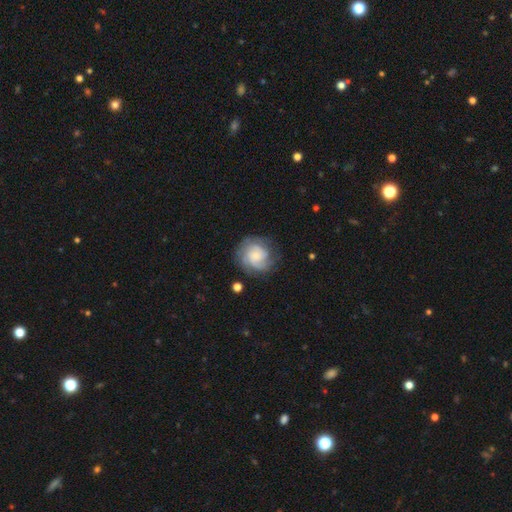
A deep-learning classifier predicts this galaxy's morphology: Smooth or featured? featured or disk (71%)
Edge-on disk? no (98%)
Bar? no (71%)
Spiral arms? yes (94%)
Spiral winding? tight (56%)
Spiral arm count? can't tell (30%)
Bulge size? small (52%)
Merging? none (75%)